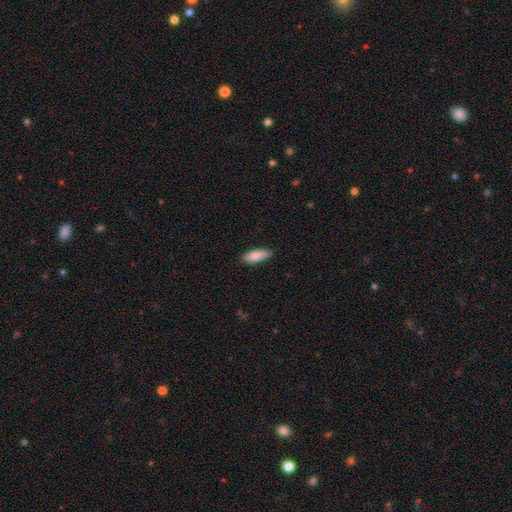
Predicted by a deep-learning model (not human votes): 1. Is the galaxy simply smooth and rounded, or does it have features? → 82% smooth, 12% featured or disk, 6% star or artifact.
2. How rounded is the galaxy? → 68% in between, 30% cigar-shaped, 2% round.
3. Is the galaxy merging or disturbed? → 85% none, 12% minor disturbance, 2% major disturbance, 1% merger.